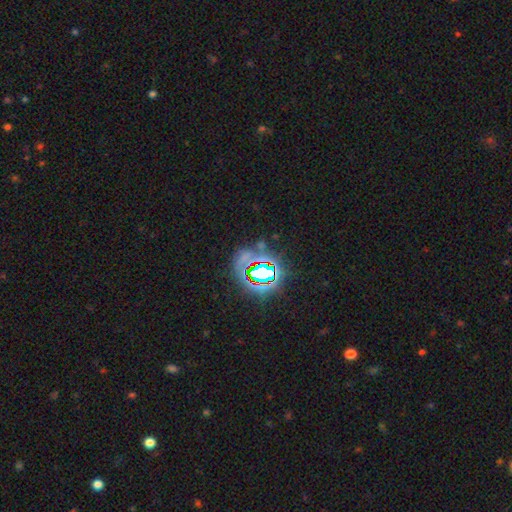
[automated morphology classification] Overall: star or artifact (75%).